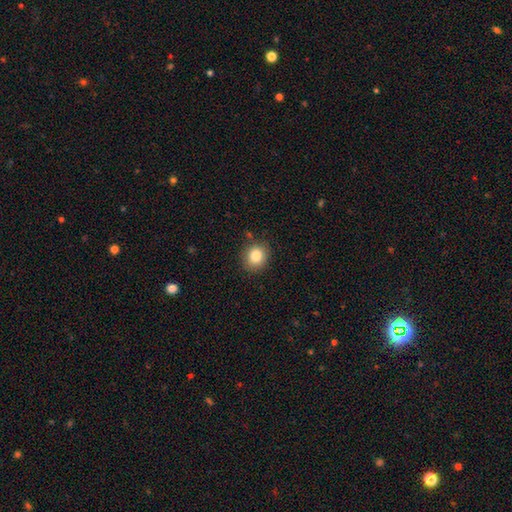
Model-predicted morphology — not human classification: A smooth galaxy with no disk features (85%) that is round (72%).

Vote fractions:
- Smooth or featured? smooth: 85% / star or artifact: 9% / featured or disk: 6%
- How rounded? round: 72% / in between: 27% / cigar-shaped: 1%
- Merging? none: 85% / minor disturbance: 10% / major disturbance: 3% / merger: 2%